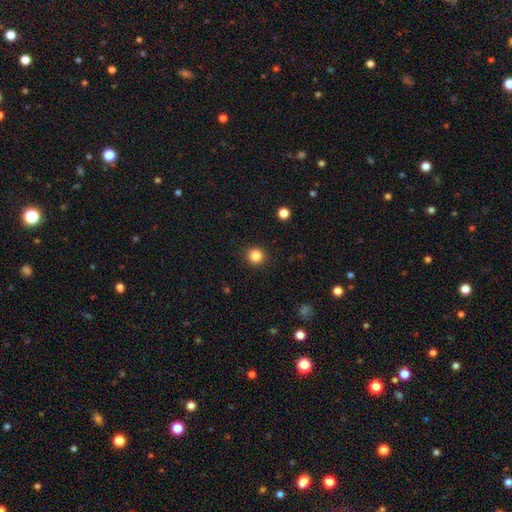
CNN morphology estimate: Smooth or featured? smooth (85%)
How rounded? round (93%)
Merging? none (91%)